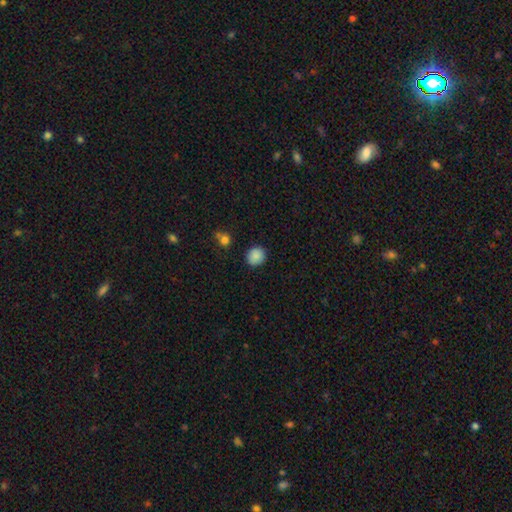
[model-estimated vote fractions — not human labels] The model was most divided on "smooth or featured": smooth: 87%, star or artifact: 9%, featured or disk: 4%. More confident: how rounded — round (89%); merging — none (88%).